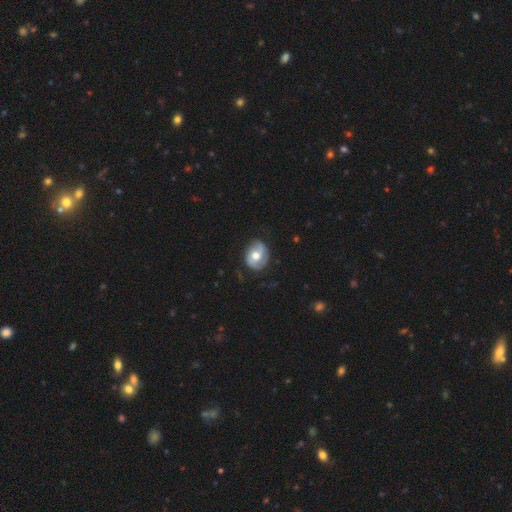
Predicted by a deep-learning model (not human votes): smooth-or-featured: featured or disk: 57% | smooth: 37% | star or artifact: 6%
  disk-edge-on: no: 97% | yes: 3%
    bar: no: 55% | weak: 34% | strong: 11%
    has-spiral-arms: yes: 81% | no: 19%
    bulge-size: moderate: 69% | large: 19% | small: 9% | dominant: 1% | none: 1%
  merging: none: 73% | minor disturbance: 19% | major disturbance: 6% | merger: 1%